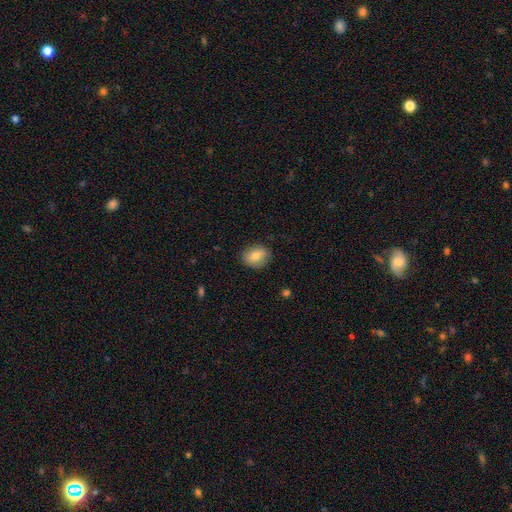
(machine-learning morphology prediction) A smooth galaxy with no disk features (78%) that is in between round and cigar-shaped (56%).

Vote fractions:
- Smooth or featured? smooth: 78% / featured or disk: 14% / star or artifact: 8%
- How rounded? in between: 56% / round: 42% / cigar-shaped: 1%
- Merging? none: 84% / minor disturbance: 12% / major disturbance: 3% / merger: 1%